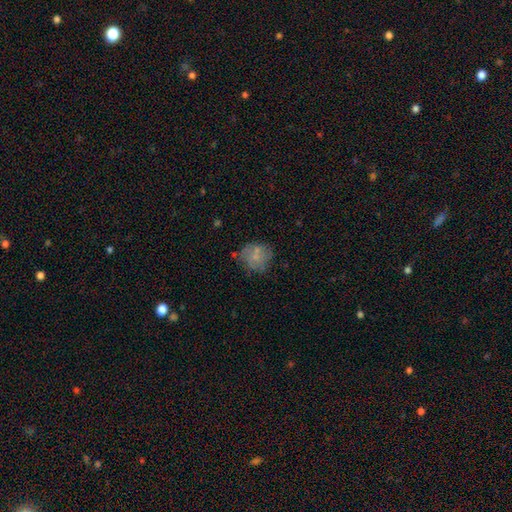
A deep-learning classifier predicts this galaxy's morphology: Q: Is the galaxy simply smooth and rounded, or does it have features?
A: smooth — 64%.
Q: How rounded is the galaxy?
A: round — 77%.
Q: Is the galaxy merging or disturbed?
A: none — 55%.